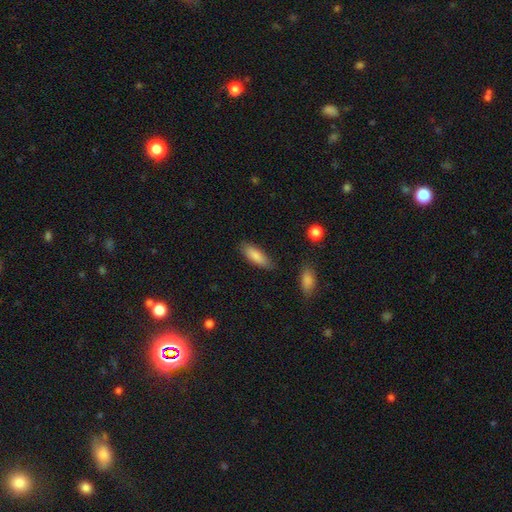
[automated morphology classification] type=smooth (85%); roundness=in between (63%); merging=none (81%).